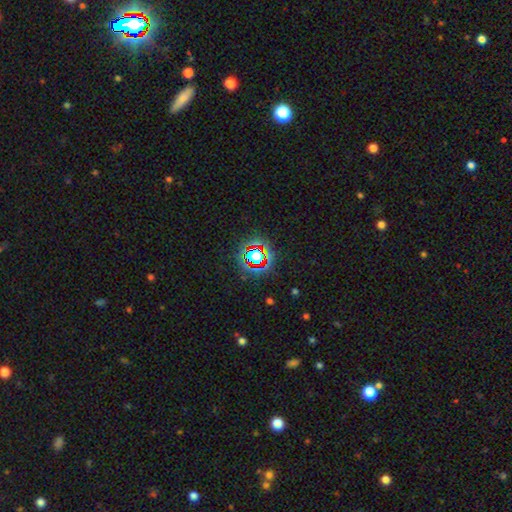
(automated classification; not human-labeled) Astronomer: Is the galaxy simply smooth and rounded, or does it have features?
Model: star or artifact — 68%.